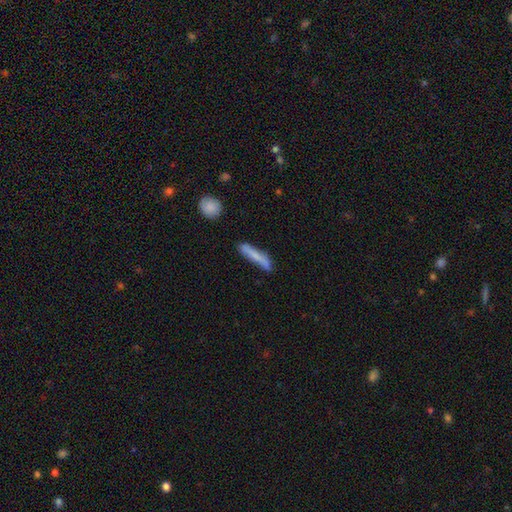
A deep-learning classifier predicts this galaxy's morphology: Q: Smooth or featured?
A: smooth (70%); runner-up: featured or disk (24%)
Q: How rounded?
A: cigar-shaped (92%); runner-up: in between (7%)
Q: Merging?
A: none (72%); runner-up: minor disturbance (20%)